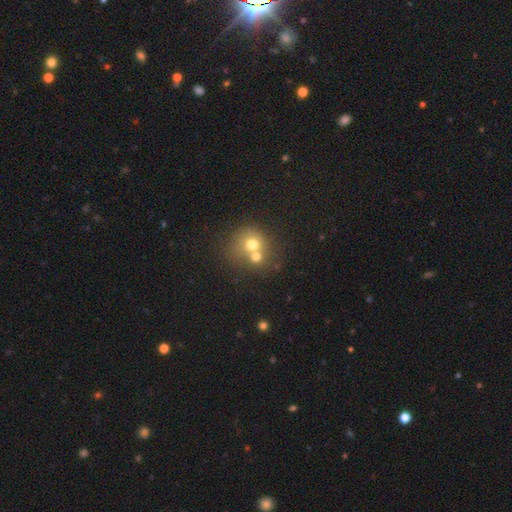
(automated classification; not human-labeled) Smooth or featured: smooth — 59% (star or artifact — 21%)
How rounded: round — 81% (in between — 18%)
Merging: merger — 52% (none — 37%)